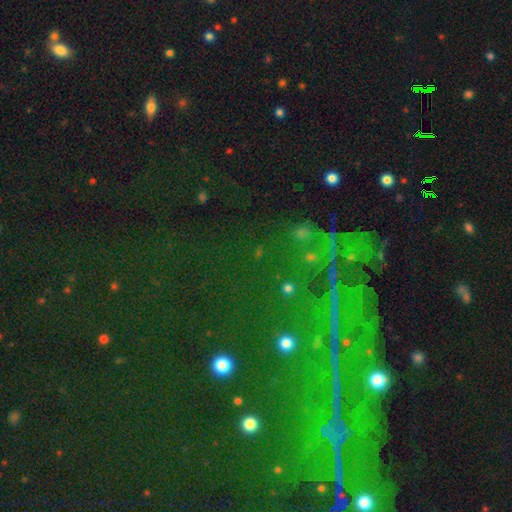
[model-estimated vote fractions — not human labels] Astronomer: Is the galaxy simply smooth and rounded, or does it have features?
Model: star or artifact — 80%.